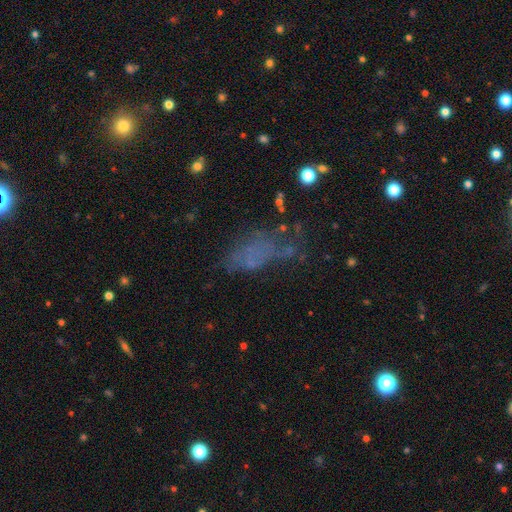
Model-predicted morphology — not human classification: Smooth or featured: smooth — 45% (featured or disk — 30%)
Merging: none — 38% (major disturbance — 32%)